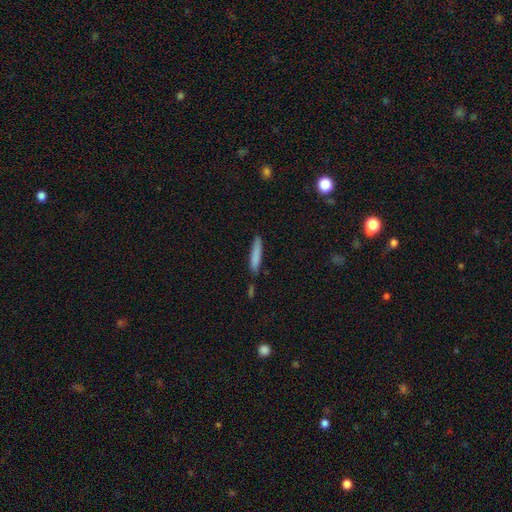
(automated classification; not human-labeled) Smooth or featured? Predicted: smooth (p=0.81). How rounded? Predicted: cigar-shaped (p=0.90). Merging? Predicted: none (p=0.78).